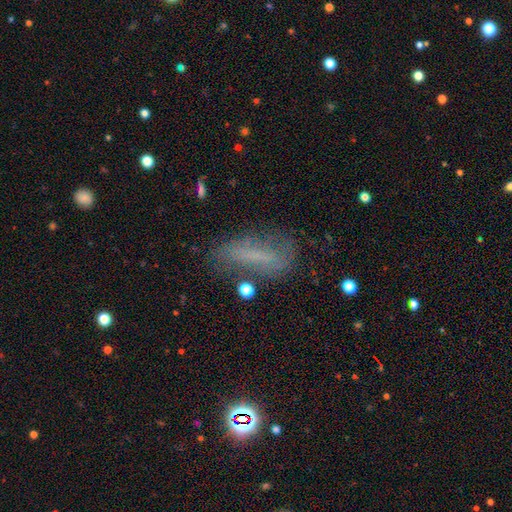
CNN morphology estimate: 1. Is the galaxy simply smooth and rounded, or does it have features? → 52% smooth, 30% featured or disk, 18% star or artifact.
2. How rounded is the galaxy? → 61% cigar-shaped, 36% in between, 3% round.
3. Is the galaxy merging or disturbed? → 64% none, 21% minor disturbance, 11% major disturbance, 3% merger.